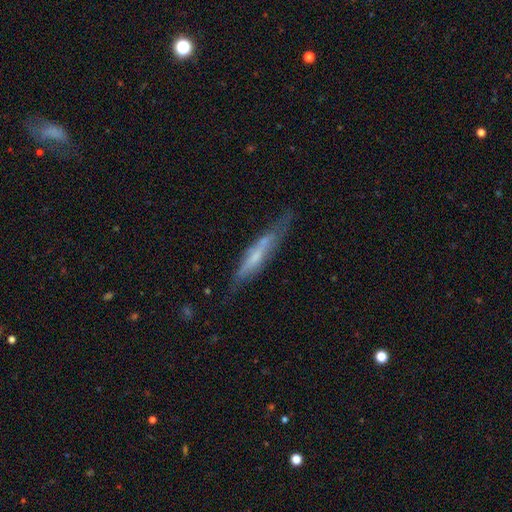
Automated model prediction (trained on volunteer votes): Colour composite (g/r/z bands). It shows a featured or disk galaxy (57%) viewed edge-on (79%). Merging: none (64%).